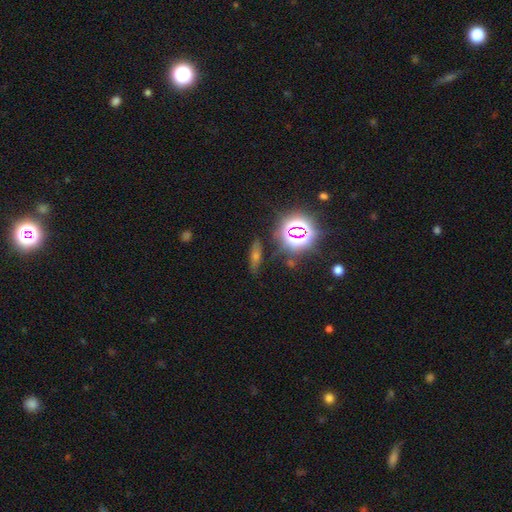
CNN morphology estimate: This is marginally a star or artifact rather than a galaxy (38%).